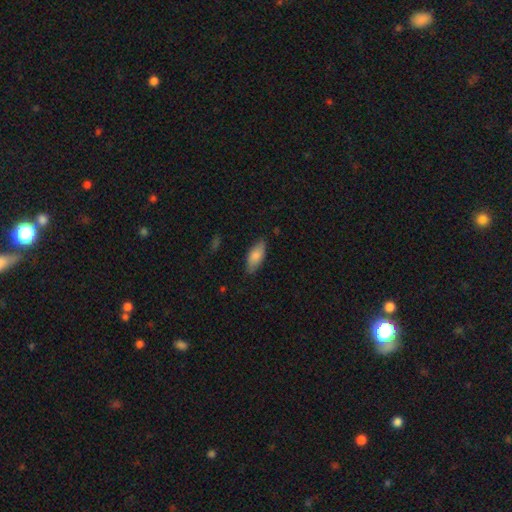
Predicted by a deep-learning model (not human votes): smooth-or-featured: smooth: 81% | featured or disk: 13% | star or artifact: 6%
  how-rounded: in between: 84% | cigar-shaped: 14% | round: 2%
  merging: none: 81% | minor disturbance: 15% | major disturbance: 3% | merger: 1%